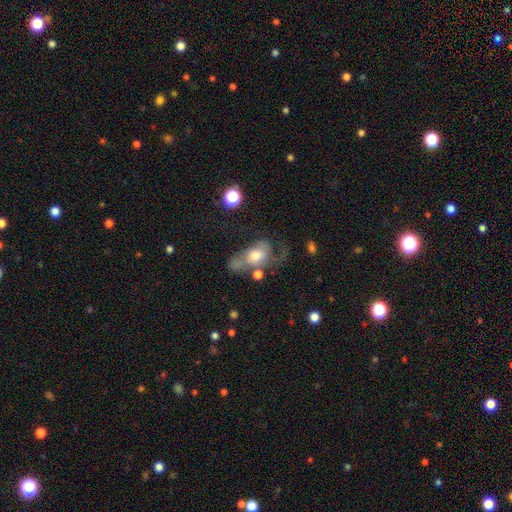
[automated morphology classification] A smooth galaxy with no disk features (46%).

Vote fractions:
- Smooth or featured? smooth: 46% / featured or disk: 45% / star or artifact: 9%
- Merging? major disturbance: 43% / none: 23% / minor disturbance: 20% / merger: 14%